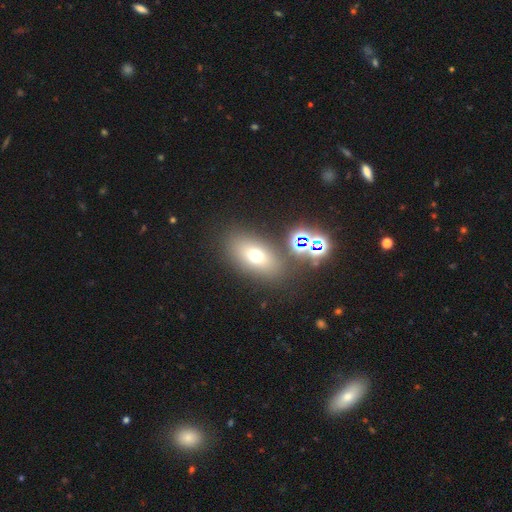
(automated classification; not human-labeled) smooth 65%, star or artifact 18%, featured or disk 16%. Down the decision tree: how rounded — in between (79%); merging — none (80%).